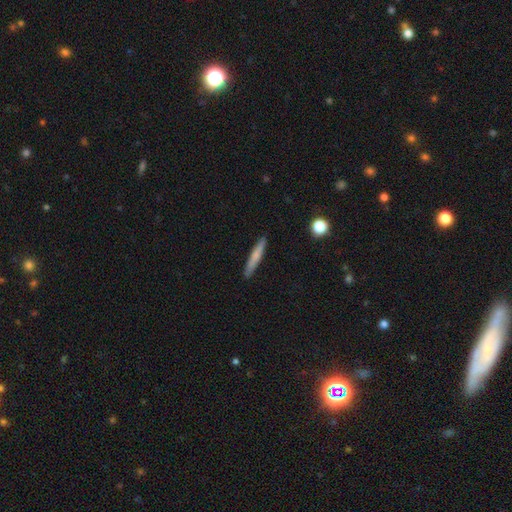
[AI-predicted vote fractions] A smooth galaxy with no disk features (66%) that is cigar-shaped (94%). Merging: none (90%).